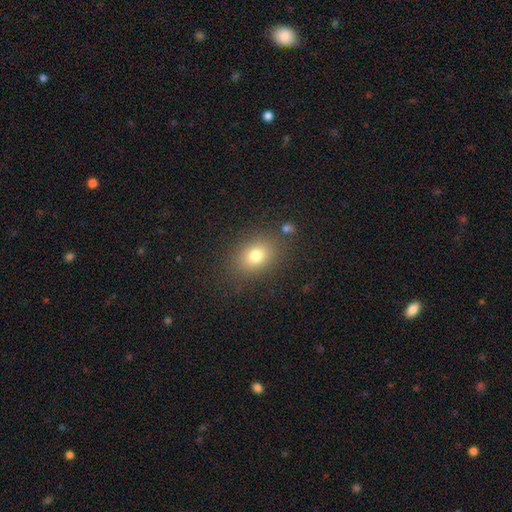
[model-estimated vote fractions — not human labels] smooth-or-featured: smooth: 77% | star or artifact: 13% | featured or disk: 10%
  how-rounded: in between: 63% | round: 36% | cigar-shaped: 1%
  merging: none: 82% | minor disturbance: 11% | major disturbance: 4% | merger: 3%